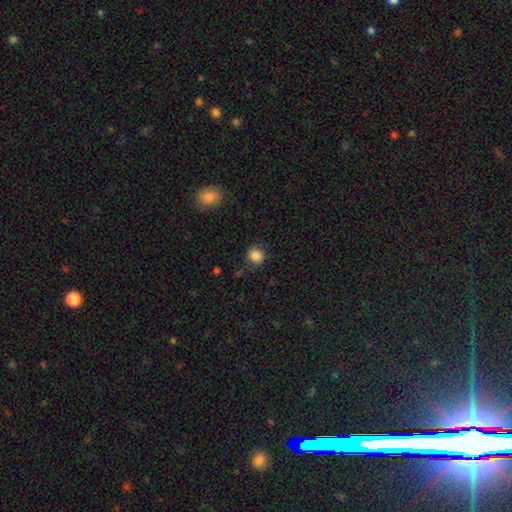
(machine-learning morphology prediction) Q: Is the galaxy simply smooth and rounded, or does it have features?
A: smooth — 86%.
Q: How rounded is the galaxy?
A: round — 81%.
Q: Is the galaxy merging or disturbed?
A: none — 82%.